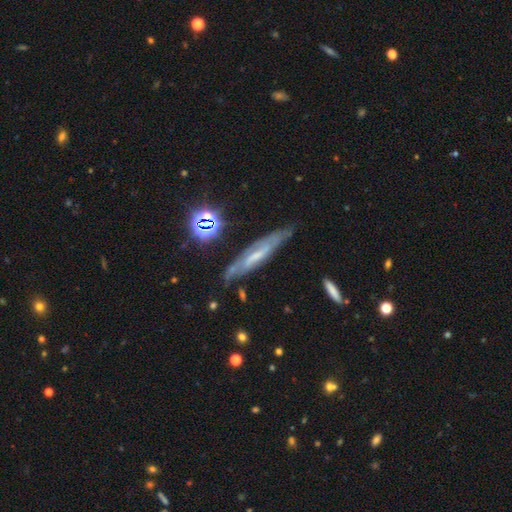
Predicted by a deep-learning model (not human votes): Smooth or featured? Predicted: featured or disk (p=0.66). Edge-on disk? Predicted: yes (p=0.54). Merging? Predicted: none (p=0.70).